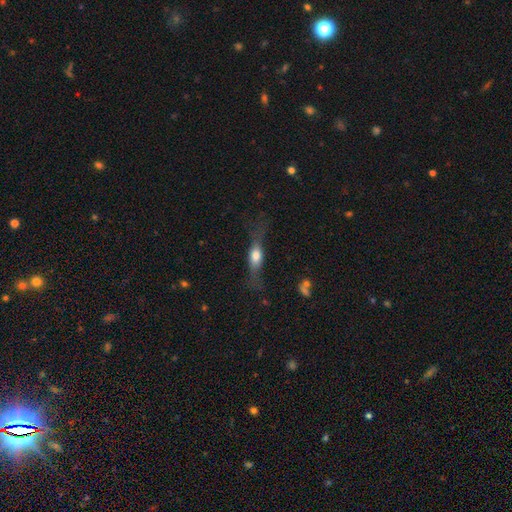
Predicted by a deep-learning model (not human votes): A smooth galaxy with no disk features (53%) that is cigar-shaped (48%).

Vote fractions:
- Smooth or featured? smooth: 53% / featured or disk: 40% / star or artifact: 7%
- How rounded? cigar-shaped: 48% / in between: 46% / round: 6%
- Merging? none: 62% / minor disturbance: 22% / major disturbance: 14% / merger: 2%